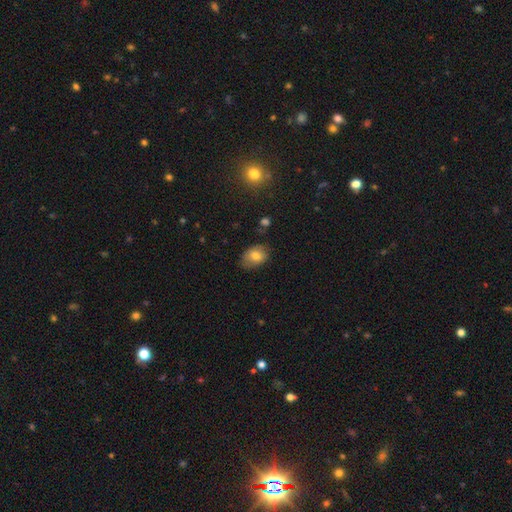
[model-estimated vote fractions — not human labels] Q: Smooth or featured?
A: smooth (76%); runner-up: featured or disk (14%)
Q: How rounded?
A: in between (79%); runner-up: round (20%)
Q: Merging?
A: none (74%); runner-up: minor disturbance (20%)